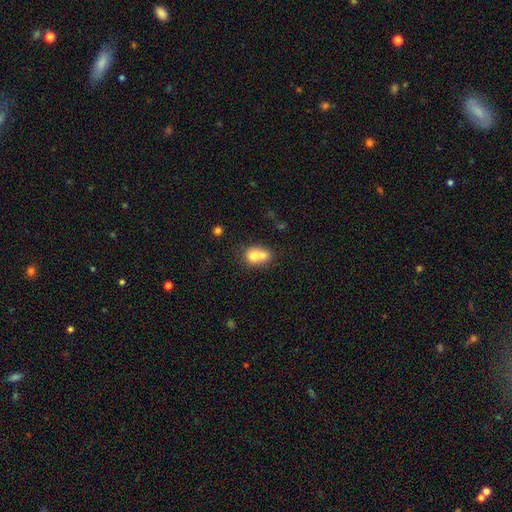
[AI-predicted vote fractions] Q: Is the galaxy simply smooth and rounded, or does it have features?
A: smooth — 70%.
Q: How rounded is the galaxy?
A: round — 57%.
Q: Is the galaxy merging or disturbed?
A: merger — 66%.